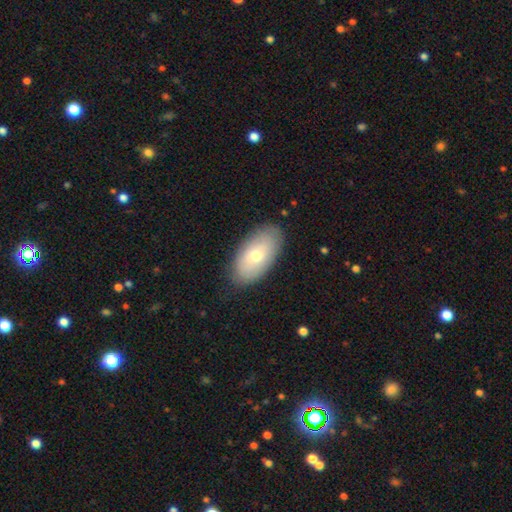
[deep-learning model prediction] Q: Smooth or featured?
A: smooth (66%); runner-up: featured or disk (28%)
Q: How rounded?
A: in between (93%); runner-up: round (4%)
Q: Merging?
A: none (85%); runner-up: minor disturbance (11%)